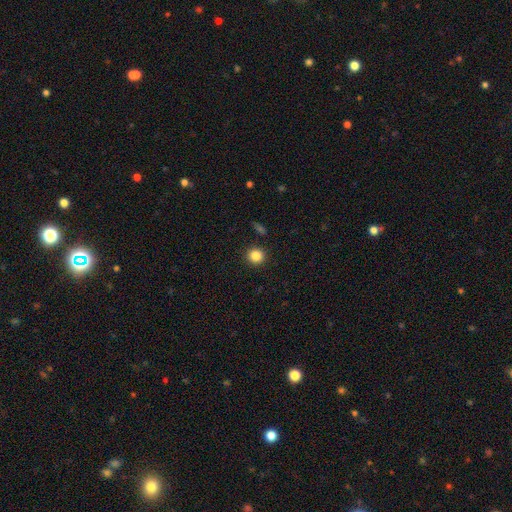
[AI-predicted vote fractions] smooth 85%, star or artifact 11%, featured or disk 4%. Down the decision tree: how rounded — round (92%); merging — none (91%).